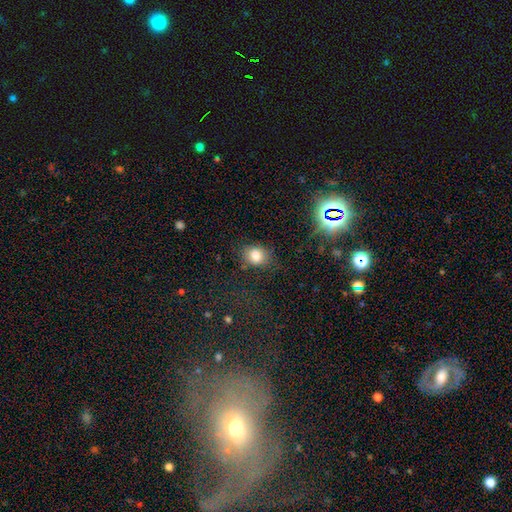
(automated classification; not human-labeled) Morphology: type=smooth (80%); roundness=round (51%); merging=none (73%).